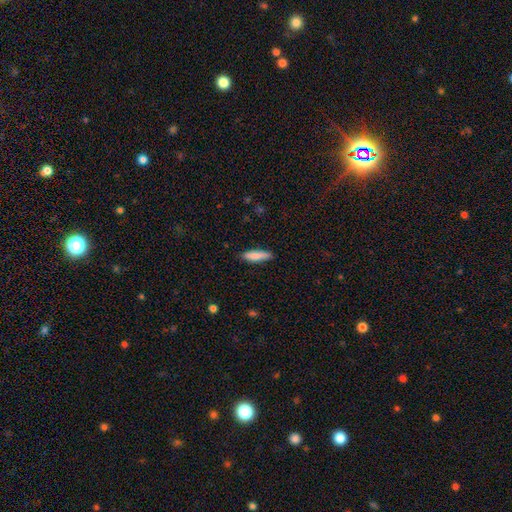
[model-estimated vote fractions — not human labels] The model was most divided on "how rounded": cigar-shaped: 70%, in between: 28%, round: 2%. More confident: merging — none (84%); smooth or featured — smooth (80%).